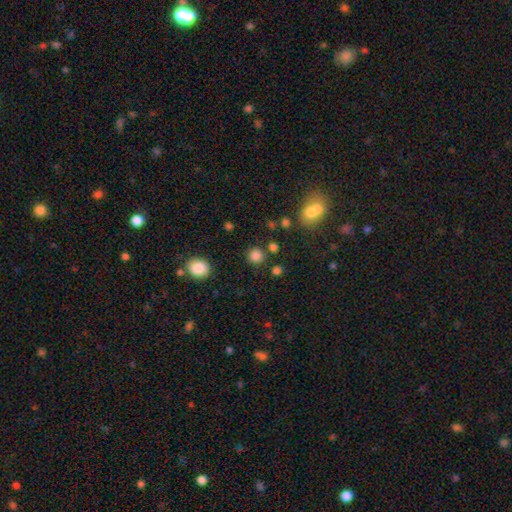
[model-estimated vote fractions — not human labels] The model was most divided on "smooth or featured": smooth: 82%, star or artifact: 13%, featured or disk: 4%. More confident: how rounded — round (91%); merging — none (85%).